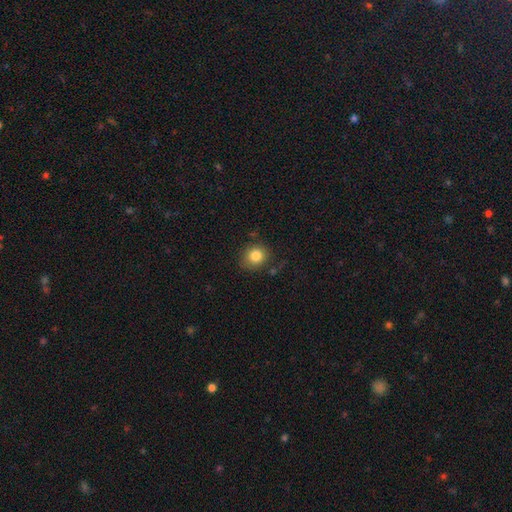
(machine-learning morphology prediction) A smooth galaxy with no disk features (84%) that is round (76%).

Vote fractions:
- Smooth or featured? smooth: 84% / star or artifact: 10% / featured or disk: 6%
- How rounded? round: 76% / in between: 24% / cigar-shaped: 1%
- Merging? none: 78% / minor disturbance: 14% / major disturbance: 4% / merger: 3%